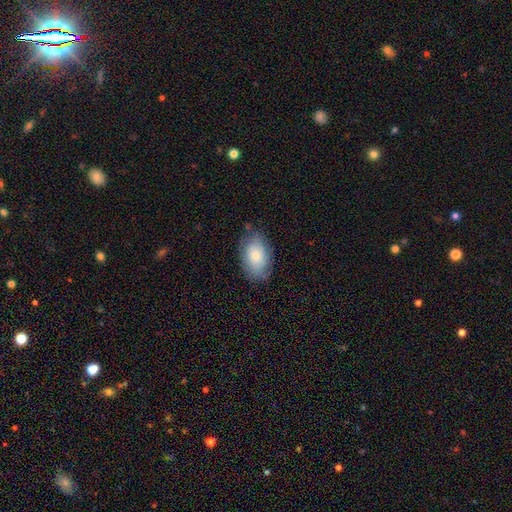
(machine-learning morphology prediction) smooth 71%, featured or disk 23%, star or artifact 7%. Down the decision tree: how rounded — in between (89%); merging — none (72%).